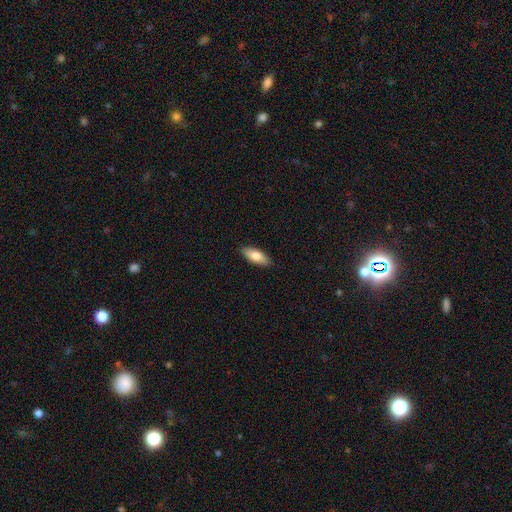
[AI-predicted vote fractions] Overall: smooth (79%). How rounded: in between (79%). Merging: none (89%).